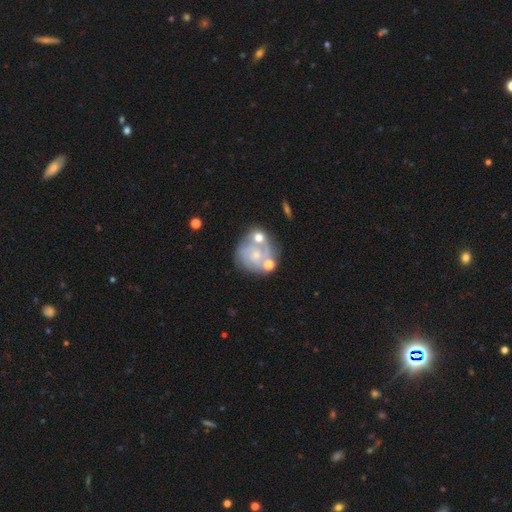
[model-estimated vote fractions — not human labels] The model was most divided on "spiral arm count": can't tell: 29%, 2: 28%, 3: 26%, 4: 7%, 1: 5%, more than 4: 4%. More confident: edge-on disk — no (98%); spiral arms — yes (83%); bar — no (76%); smooth or featured — featured or disk (72%); bulge size — small (62%); spiral winding — tight (54%); merging — none (51%).